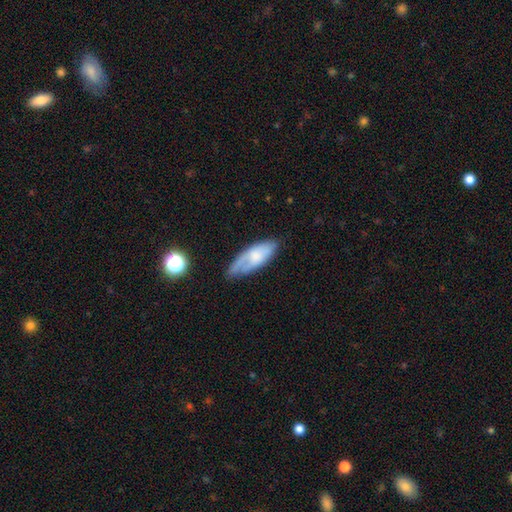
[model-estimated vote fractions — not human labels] smooth_or_featured: smooth (p=0.54) [alt: featured or disk p=0.38]
how_rounded: in between (p=0.76) [alt: cigar-shaped p=0.22]
merging: none (p=0.58) [alt: minor disturbance p=0.30]